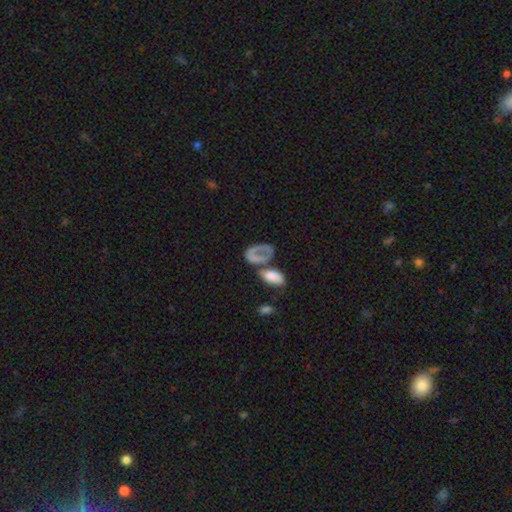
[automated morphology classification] Smooth or featured?
  - smooth: 51% *
  - featured or disk: 38%
  - star or artifact: 12%
How rounded?
  - in between: 79% *
  - round: 19%
  - cigar-shaped: 2%
Merging?
  - major disturbance: 32% *
  - merger: 29%
  - none: 25%
  - minor disturbance: 14%